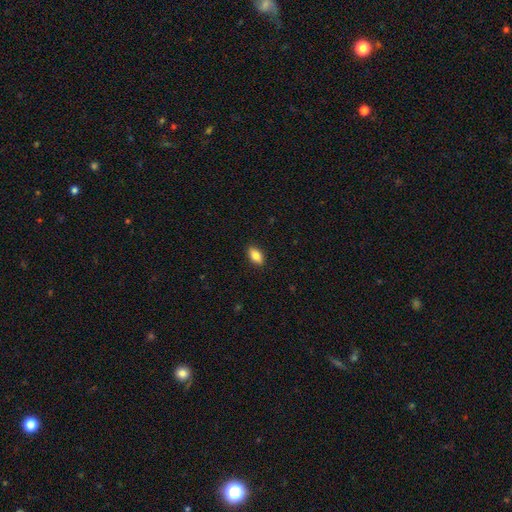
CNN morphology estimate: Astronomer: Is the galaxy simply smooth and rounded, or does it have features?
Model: smooth — 84%.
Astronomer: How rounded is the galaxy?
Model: in between — 90%.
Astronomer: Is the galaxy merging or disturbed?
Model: none — 90%.